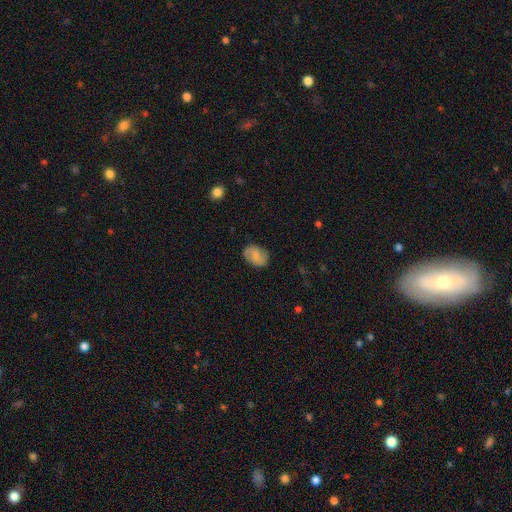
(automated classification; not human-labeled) Smooth or featured? Predicted: smooth (p=0.67). How rounded? Predicted: in between (p=0.81). Merging? Predicted: none (p=0.79).